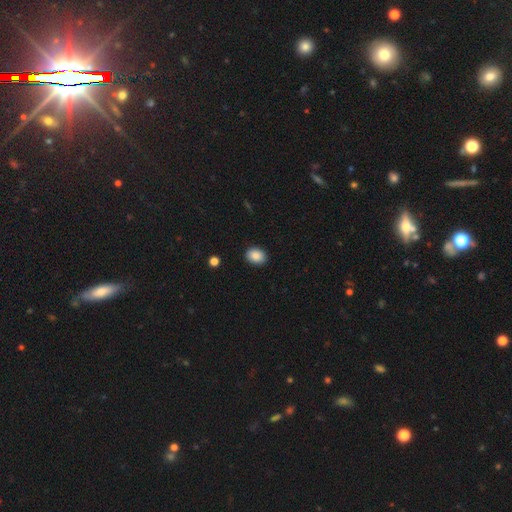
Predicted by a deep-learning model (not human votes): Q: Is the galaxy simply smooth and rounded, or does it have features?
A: smooth — 87%.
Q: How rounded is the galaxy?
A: in between — 69%.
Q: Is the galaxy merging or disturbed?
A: none — 90%.